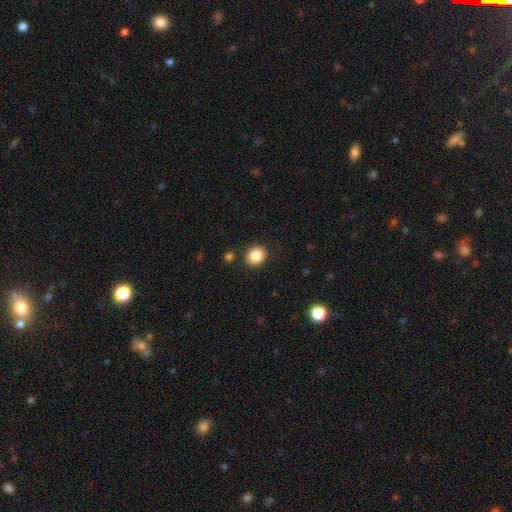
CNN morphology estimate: type=smooth (86%); roundness=round (73%); merging=none (89%).